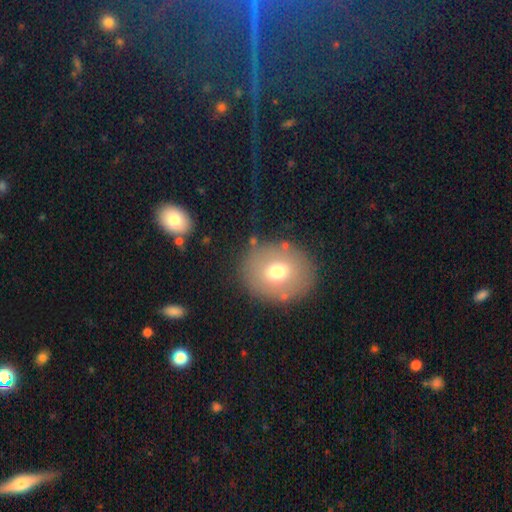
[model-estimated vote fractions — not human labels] Overall: smooth (66%). How rounded: round (54%; in between 45%). Merging: none (80%).